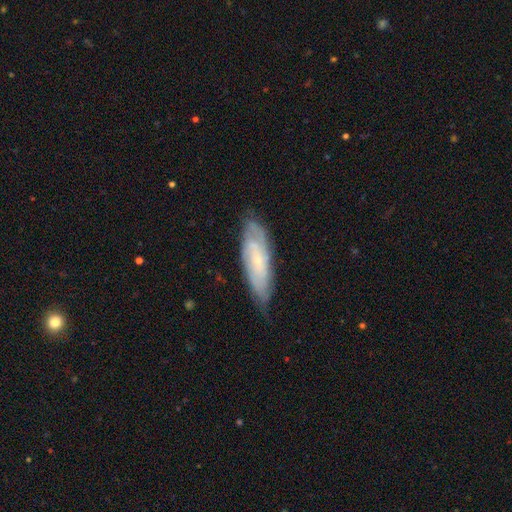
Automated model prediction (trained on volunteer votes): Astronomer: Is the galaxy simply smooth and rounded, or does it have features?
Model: featured or disk — 60%.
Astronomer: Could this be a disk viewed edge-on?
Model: no — 72%.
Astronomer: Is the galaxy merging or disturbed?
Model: none — 79%.